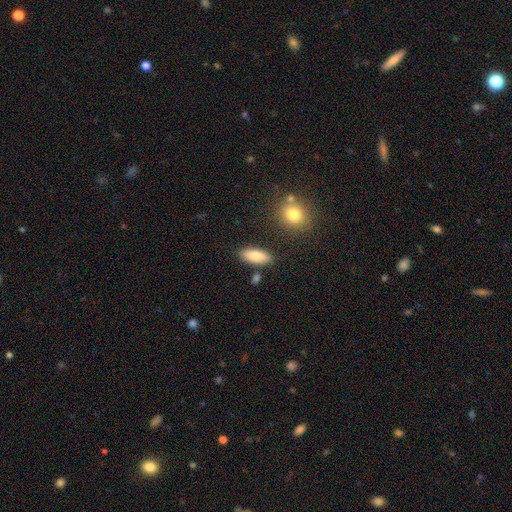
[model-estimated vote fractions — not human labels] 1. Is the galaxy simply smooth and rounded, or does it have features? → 81% smooth, 12% featured or disk, 7% star or artifact.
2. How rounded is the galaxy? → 77% in between, 20% cigar-shaped, 3% round.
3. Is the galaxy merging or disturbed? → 82% none, 11% minor disturbance, 4% merger, 3% major disturbance.